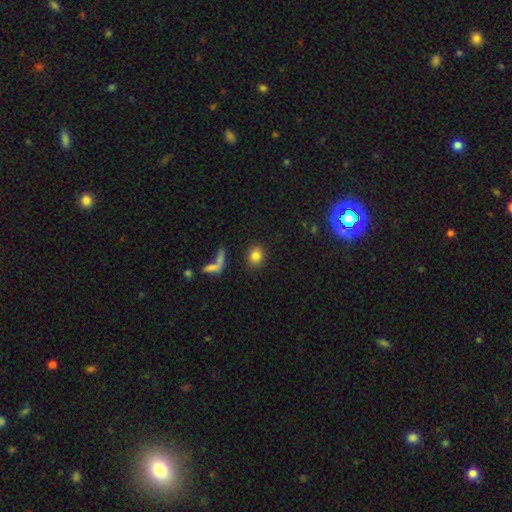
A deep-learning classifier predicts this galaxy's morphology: This is clearly a smooth galaxy (82%). How rounded: likely round (65%). Merging: clearly none (83%).